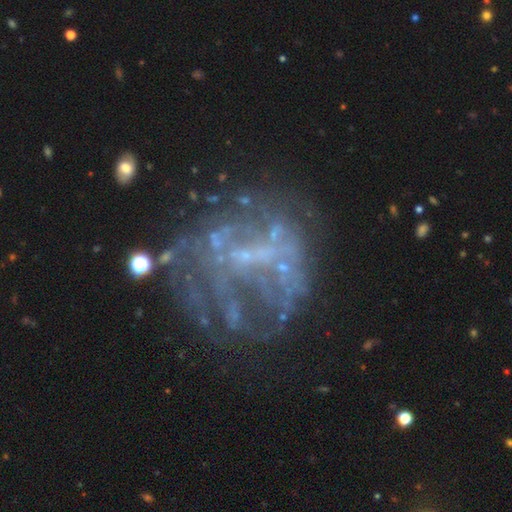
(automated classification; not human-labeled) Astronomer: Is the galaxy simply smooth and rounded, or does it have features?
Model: featured or disk — 67%.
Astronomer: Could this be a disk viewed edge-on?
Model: no — 98%.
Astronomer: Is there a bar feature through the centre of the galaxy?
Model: no — 70%.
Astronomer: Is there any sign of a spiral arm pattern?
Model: no — 76%.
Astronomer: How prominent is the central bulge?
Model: none — 68%.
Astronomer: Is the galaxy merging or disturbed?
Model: none — 51% (runner-up: major disturbance, 28%).